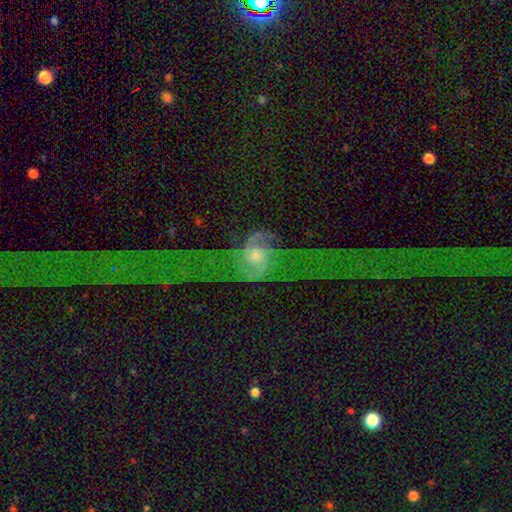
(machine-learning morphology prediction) Smooth or featured? featured or disk (85%)
Edge-on disk? no (95%)
Bar? no (60%)
Spiral arms? yes (94%)
Spiral winding? loose (59%)
Spiral arm count? 2 (91%)
Bulge size? moderate (55%)
Merging? major disturbance (41%)